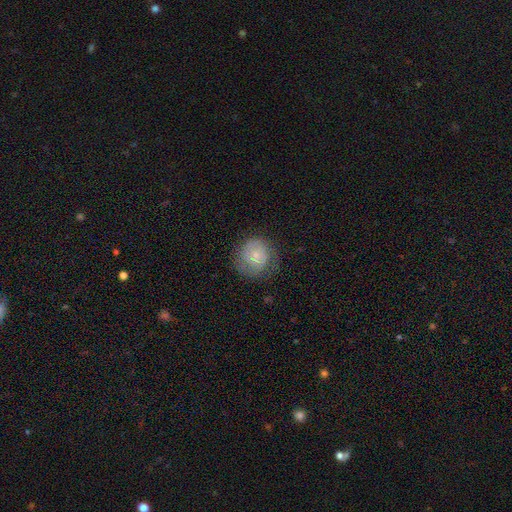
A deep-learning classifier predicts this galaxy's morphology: Smooth or featured? smooth (59%)
How rounded? round (85%)
Merging? none (59%)